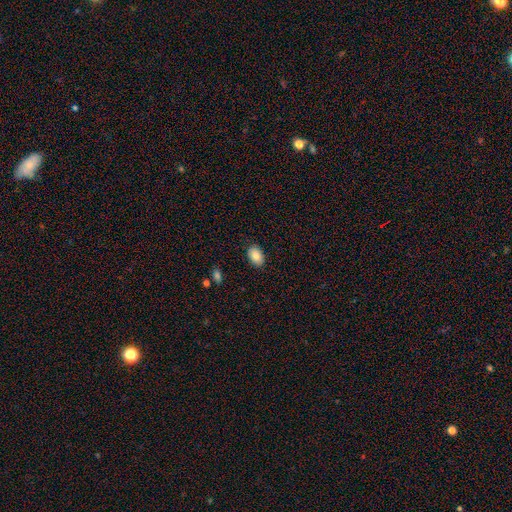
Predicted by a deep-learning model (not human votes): This is clearly a smooth galaxy (86%). How rounded: clearly in between (87%). Merging: clearly none (88%).